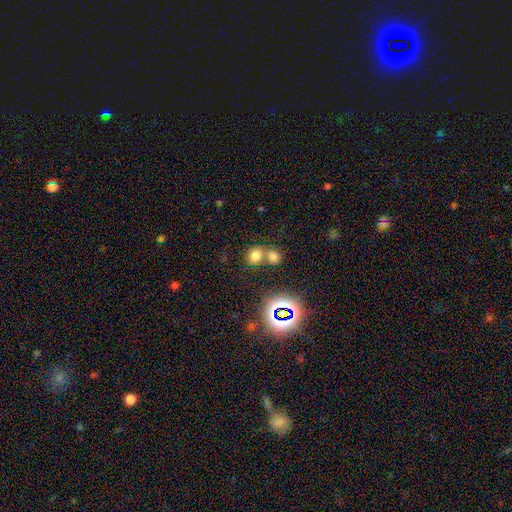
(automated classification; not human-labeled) Overall: smooth (72%). How rounded: round (60%; in between 39%). Merging: none (45%; merger 43%).